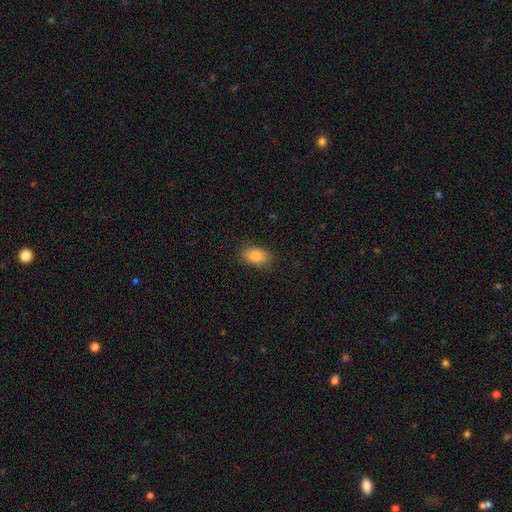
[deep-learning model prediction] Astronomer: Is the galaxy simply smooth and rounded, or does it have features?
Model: smooth — 86%.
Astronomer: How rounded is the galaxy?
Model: in between — 85%.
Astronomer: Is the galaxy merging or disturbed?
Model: none — 84%.